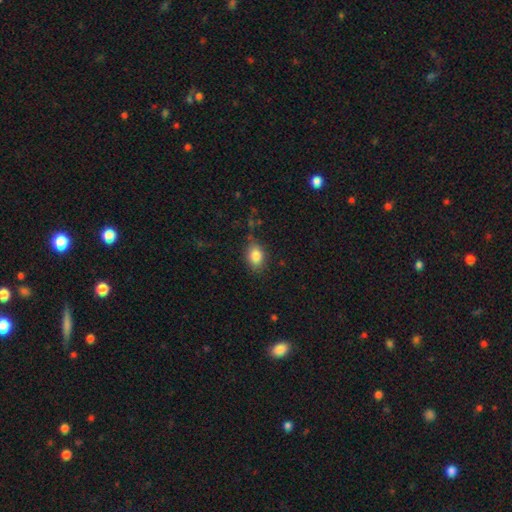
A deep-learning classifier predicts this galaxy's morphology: This appears to be a smooth galaxy with no disk features (85%) that is in between round and cigar-shaped (76%). Merging: none (78%).